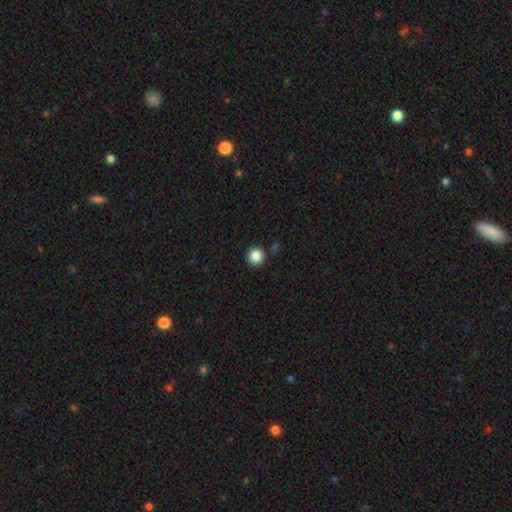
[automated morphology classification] The model was most divided on "smooth or featured": smooth: 87%, star or artifact: 10%, featured or disk: 3%. More confident: how rounded — round (95%); merging — none (90%).